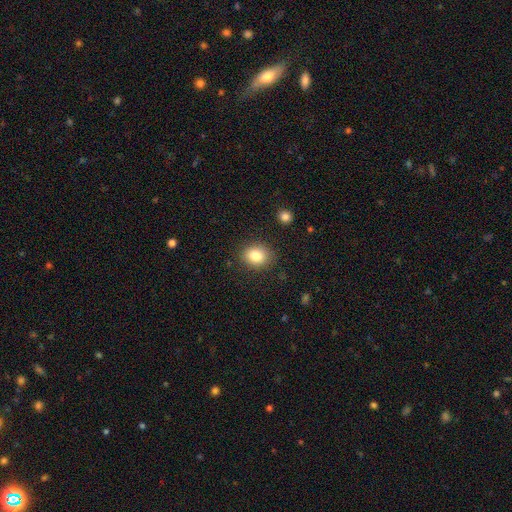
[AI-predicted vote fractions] Q: Smooth or featured?
A: smooth (82%); runner-up: star or artifact (10%)
Q: How rounded?
A: round (57%); runner-up: in between (42%)
Q: Merging?
A: none (86%); runner-up: minor disturbance (10%)